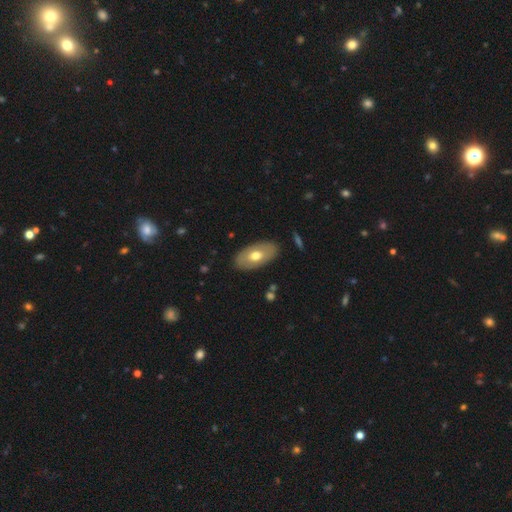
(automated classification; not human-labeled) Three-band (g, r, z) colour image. It shows a smooth galaxy with no disk features (59%) that is in between round and cigar-shaped (93%). Merging: none (86%).